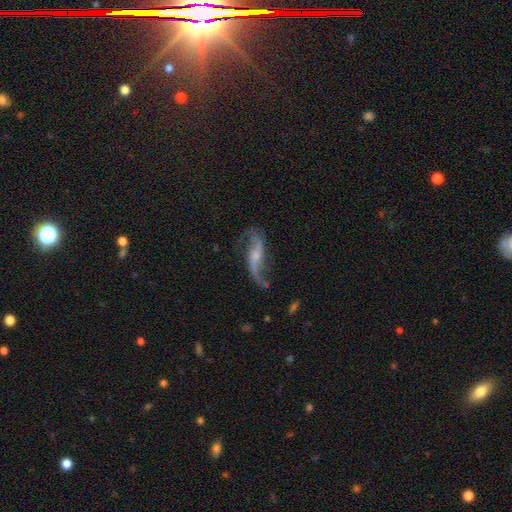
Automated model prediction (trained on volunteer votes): smooth_or_featured: featured or disk (p=0.86) [alt: smooth p=0.08]
disk_edge_on: no (p=0.91) [alt: yes p=0.09]
bar: no (p=0.44) [alt: weak p=0.37]
has_spiral_arms: yes (p=0.95) [alt: no p=0.05]
spiral_winding: loose (p=0.87) [alt: medium p=0.10]
spiral_arm_count: 2 (p=0.91) [alt: 1 p=0.04]
bulge_size: small (p=0.50) [alt: moderate p=0.28]
merging: none (p=0.64) [alt: minor disturbance p=0.18]